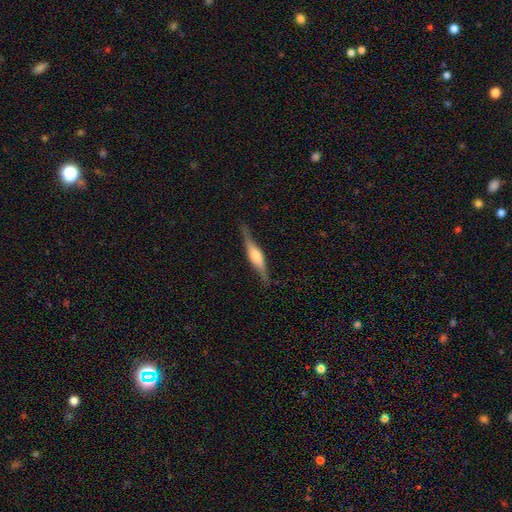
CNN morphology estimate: smooth_or_featured: featured or disk (p=0.70) [alt: smooth p=0.24]
disk_edge_on: yes (p=0.95) [alt: no p=0.05]
edge_on_bulge: rounded (p=0.71) [alt: boxy p=0.23]
merging: none (p=0.83) [alt: minor disturbance p=0.13]